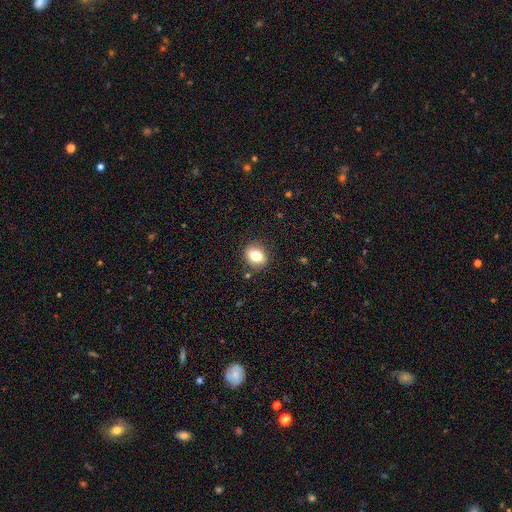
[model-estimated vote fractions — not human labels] smooth 78%, featured or disk 13%, star or artifact 9%. Down the decision tree: how rounded — in between (56%); merging — none (87%).